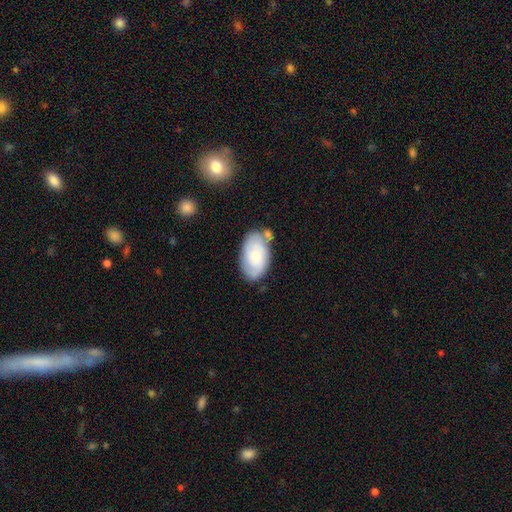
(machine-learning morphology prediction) A smooth galaxy with no disk features (56%) that is in between round and cigar-shaped (94%).

Vote fractions:
- Smooth or featured? smooth: 56% / featured or disk: 38% / star or artifact: 6%
- How rounded? in between: 94% / round: 4% / cigar-shaped: 2%
- Merging? none: 62% / minor disturbance: 20% / merger: 13% / major disturbance: 5%